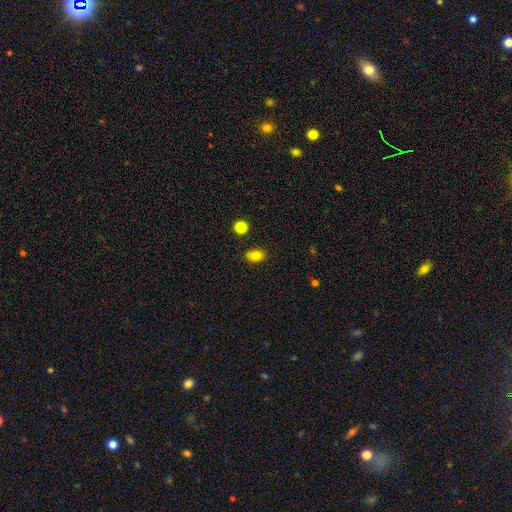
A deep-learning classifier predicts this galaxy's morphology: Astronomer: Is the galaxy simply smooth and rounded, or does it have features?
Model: smooth — 81%.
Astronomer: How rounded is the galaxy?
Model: in between — 79%.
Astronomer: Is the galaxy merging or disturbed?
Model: none — 86%.